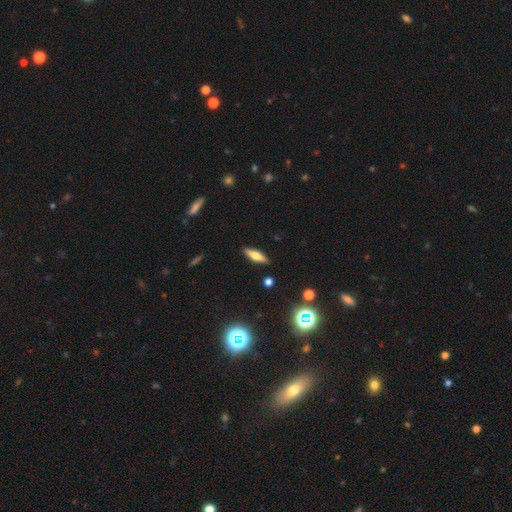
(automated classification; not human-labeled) Q: Smooth or featured?
A: smooth (55%); runner-up: featured or disk (36%)
Q: How rounded?
A: cigar-shaped (58%); runner-up: in between (39%)
Q: Merging?
A: none (88%); runner-up: minor disturbance (9%)